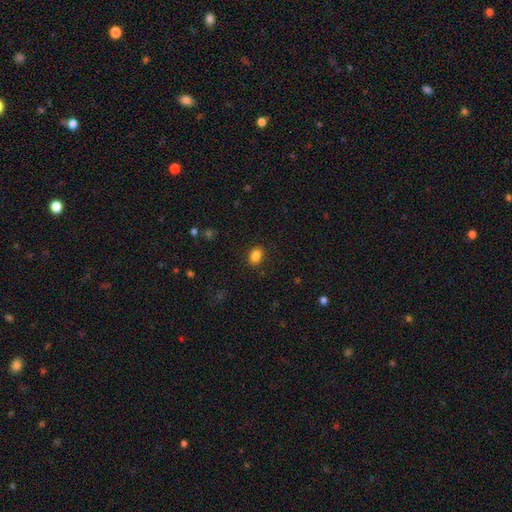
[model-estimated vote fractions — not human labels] smooth 85%, star or artifact 10%, featured or disk 5%. Down the decision tree: how rounded — in between (72%); merging — none (87%).